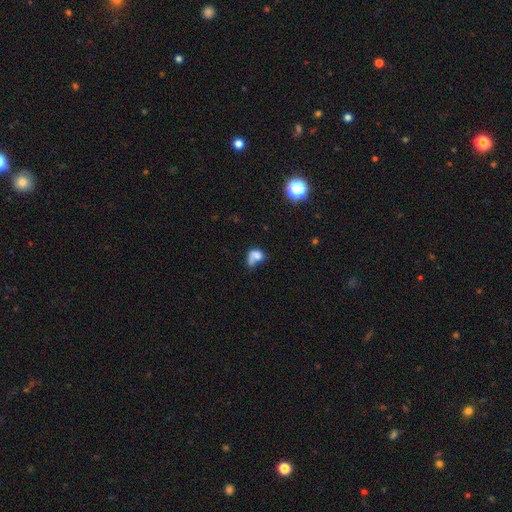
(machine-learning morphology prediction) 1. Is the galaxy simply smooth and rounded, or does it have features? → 63% smooth, 25% featured or disk, 12% star or artifact.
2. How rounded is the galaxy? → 68% in between, 29% round, 3% cigar-shaped.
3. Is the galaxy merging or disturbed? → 38% merger, 25% major disturbance, 22% none, 14% minor disturbance.